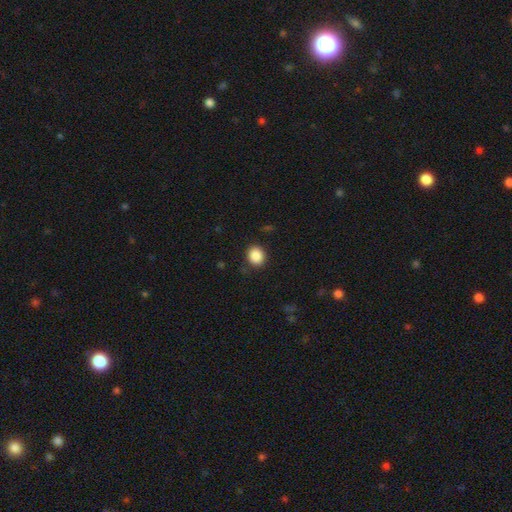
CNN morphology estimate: A smooth galaxy with no disk features (88%) that is round (70%). Merging: none (88%).